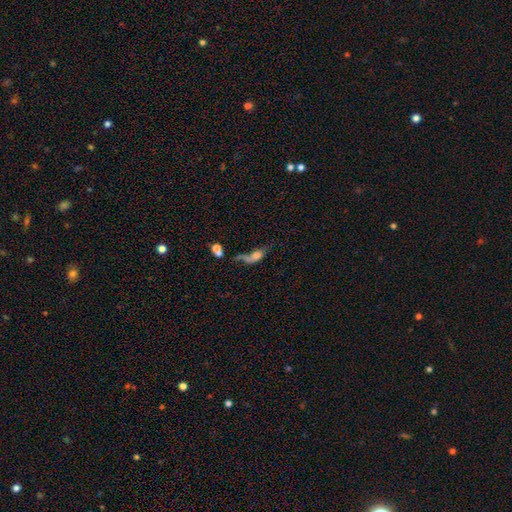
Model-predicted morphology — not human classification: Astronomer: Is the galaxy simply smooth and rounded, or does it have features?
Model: smooth — 49% (runner-up: featured or disk, 38%).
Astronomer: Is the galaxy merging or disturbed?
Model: major disturbance — 37% (runner-up: merger, 30%).